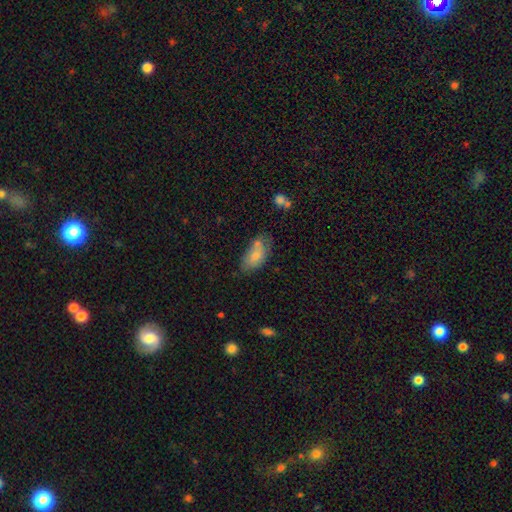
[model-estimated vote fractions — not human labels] Q: Smooth or featured?
A: smooth (74%); runner-up: featured or disk (18%)
Q: How rounded?
A: in between (92%); runner-up: round (4%)
Q: Merging?
A: none (48%); runner-up: minor disturbance (25%)